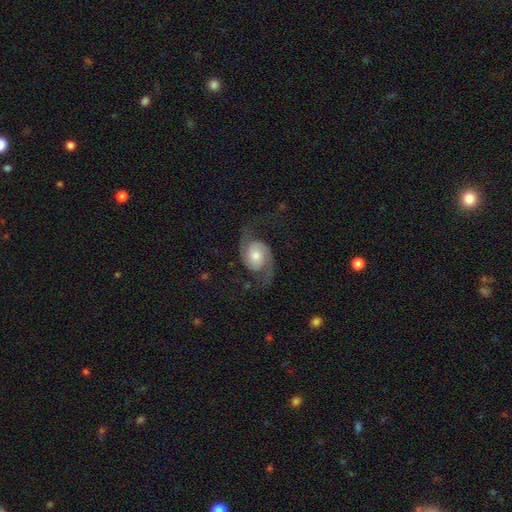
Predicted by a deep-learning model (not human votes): Q: Smooth or featured?
A: featured or disk (85%); runner-up: smooth (9%)
Q: Edge-on disk?
A: no (98%); runner-up: yes (2%)
Q: Bar?
A: no (71%); runner-up: weak (23%)
Q: Spiral arms?
A: yes (97%); runner-up: no (3%)
Q: Spiral winding?
A: loose (48%); runner-up: medium (40%)
Q: Spiral arm count?
A: 2 (94%); runner-up: can't tell (2%)
Q: Bulge size?
A: moderate (53%); runner-up: small (36%)
Q: Merging?
A: none (71%); runner-up: minor disturbance (15%)